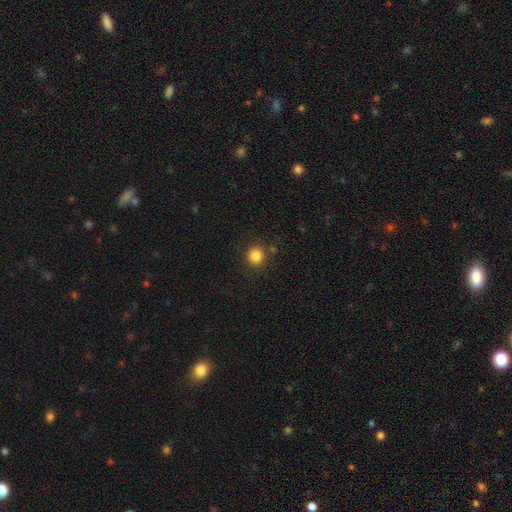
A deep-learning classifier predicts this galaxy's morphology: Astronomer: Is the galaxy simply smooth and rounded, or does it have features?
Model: smooth — 85%.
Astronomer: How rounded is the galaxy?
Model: round — 89%.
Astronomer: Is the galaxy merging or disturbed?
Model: none — 84%.